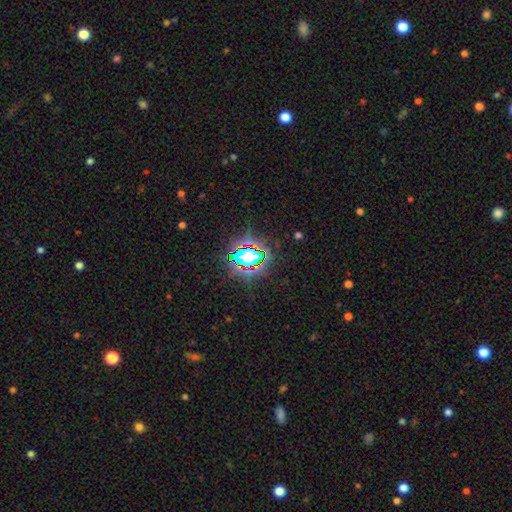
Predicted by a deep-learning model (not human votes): Smooth or featured? Predicted: star or artifact (p=0.77).